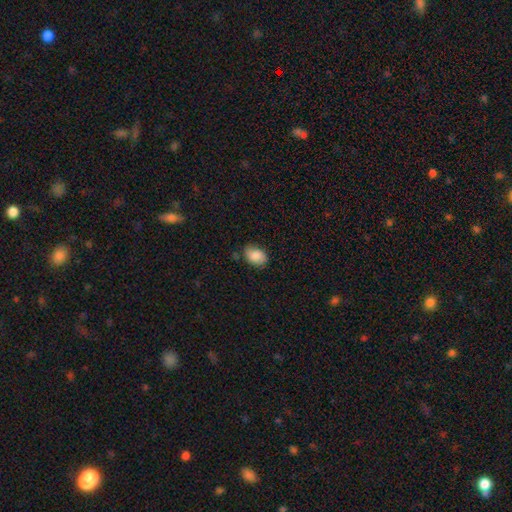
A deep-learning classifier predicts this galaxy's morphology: Smooth or featured?
  - smooth: 84% *
  - featured or disk: 8%
  - star or artifact: 7%
How rounded?
  - in between: 80% *
  - round: 19%
  - cigar-shaped: 1%
Merging?
  - none: 73% *
  - minor disturbance: 21%
  - major disturbance: 4%
  - merger: 2%